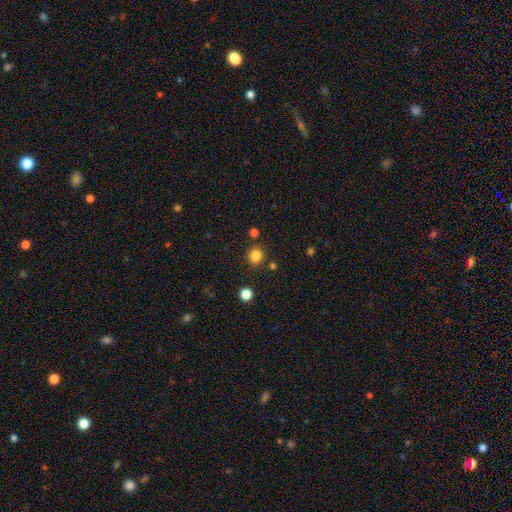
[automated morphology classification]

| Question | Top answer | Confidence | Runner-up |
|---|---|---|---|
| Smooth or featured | smooth | 83% | star or artifact (13%) |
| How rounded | round | 86% | in between (13%) |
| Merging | none | 85% | minor disturbance (7%) |